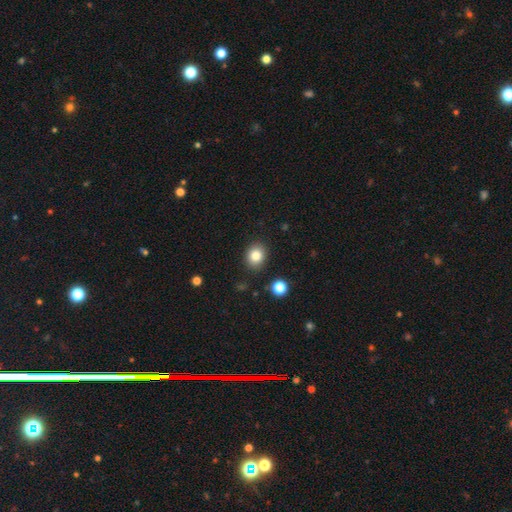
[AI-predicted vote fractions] smooth_or_featured: smooth (p=0.83) [alt: star or artifact p=0.11]
how_rounded: round (p=0.66) [alt: in between p=0.34]
merging: none (p=0.88) [alt: minor disturbance p=0.08]